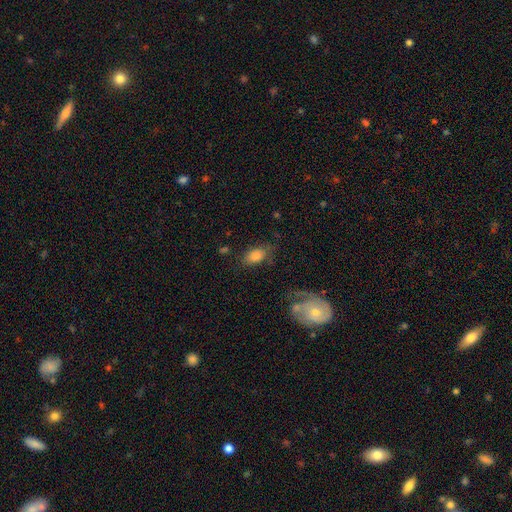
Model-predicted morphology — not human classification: A smooth galaxy with no disk features (75%) that is in between round and cigar-shaped (87%).

Vote fractions:
- Smooth or featured? smooth: 75% / featured or disk: 16% / star or artifact: 9%
- How rounded? in between: 87% / round: 10% / cigar-shaped: 3%
- Merging? none: 63% / minor disturbance: 20% / major disturbance: 12% / merger: 6%